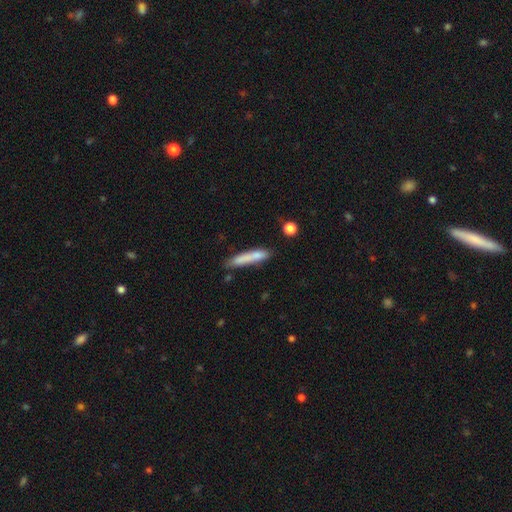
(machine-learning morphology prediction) Smooth or featured: smooth — 74% (featured or disk — 19%)
How rounded: cigar-shaped — 89% (in between — 9%)
Merging: none — 66% (minor disturbance — 20%)